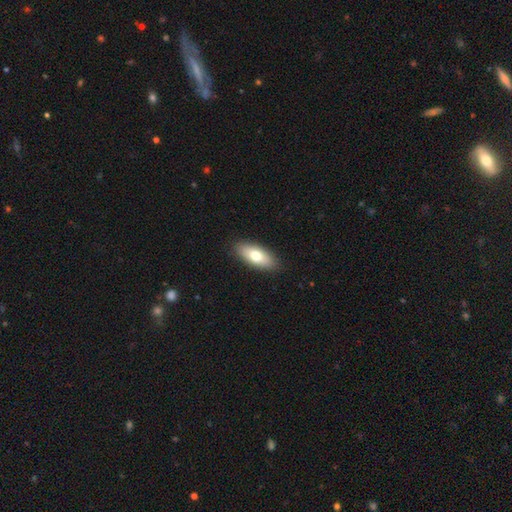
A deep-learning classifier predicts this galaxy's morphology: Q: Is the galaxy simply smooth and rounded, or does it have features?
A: smooth — 72%.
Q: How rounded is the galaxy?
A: in between — 83%.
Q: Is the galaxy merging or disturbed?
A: none — 89%.